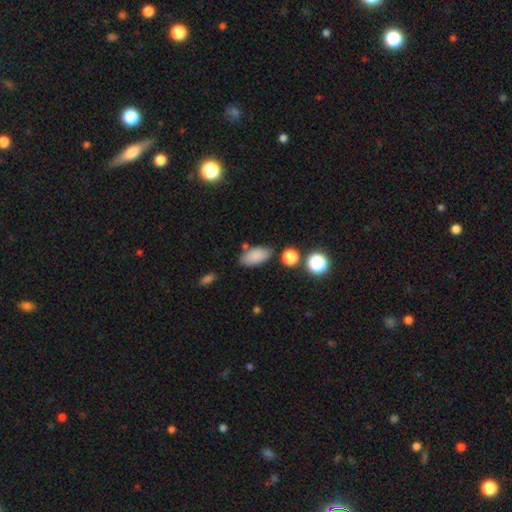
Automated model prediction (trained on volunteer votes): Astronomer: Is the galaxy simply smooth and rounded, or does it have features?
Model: smooth — 84%.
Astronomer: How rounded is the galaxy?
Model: in between — 91%.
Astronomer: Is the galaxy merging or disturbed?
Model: none — 76%.